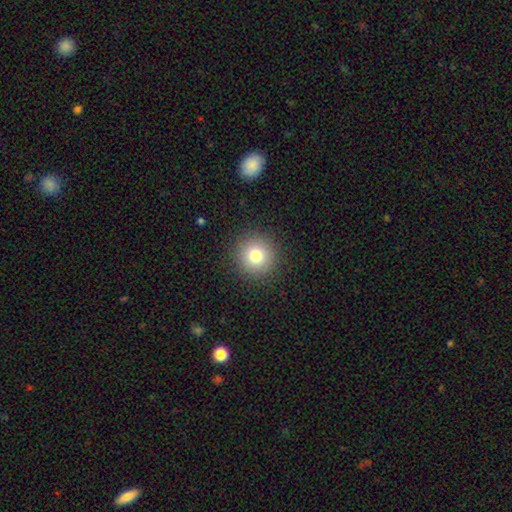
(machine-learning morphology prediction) smooth-or-featured: smooth: 79% | star or artifact: 12% | featured or disk: 9%
  how-rounded: round: 95% | in between: 4% | cigar-shaped: 1%
  merging: none: 91% | minor disturbance: 5% | major disturbance: 2% | merger: 1%